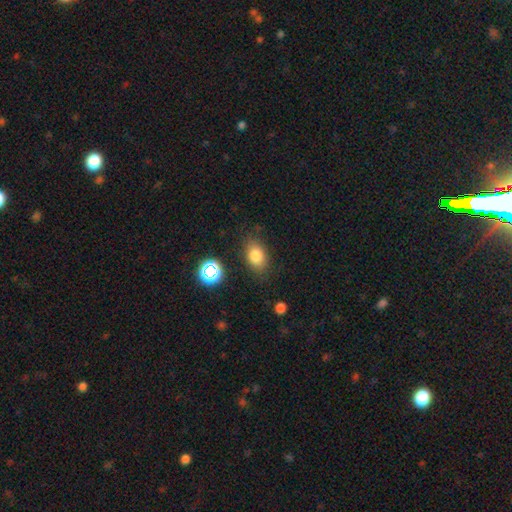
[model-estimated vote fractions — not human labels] smooth 80%, star or artifact 12%, featured or disk 8%. Down the decision tree: how rounded — in between (80%); merging — none (80%).